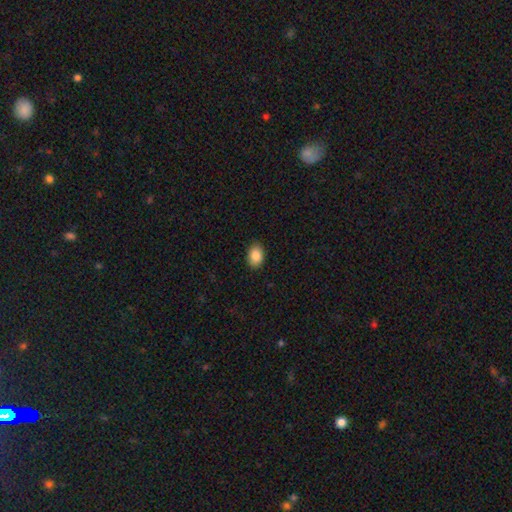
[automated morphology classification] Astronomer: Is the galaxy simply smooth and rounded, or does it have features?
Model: smooth — 87%.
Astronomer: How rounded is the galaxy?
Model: in between — 82%.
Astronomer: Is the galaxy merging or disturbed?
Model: none — 89%.